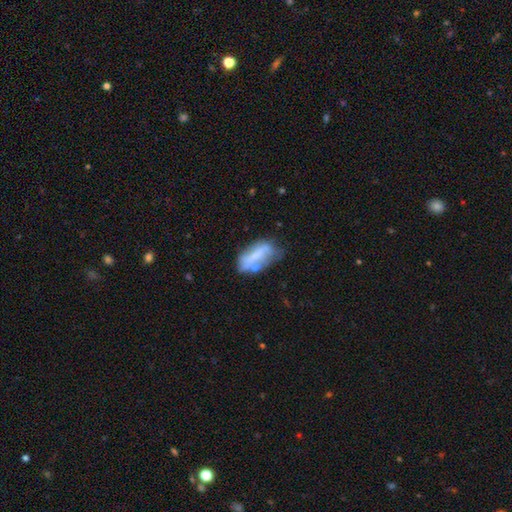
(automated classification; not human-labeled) smooth-or-featured: smooth: 52% | featured or disk: 40% | star or artifact: 8%
  how-rounded: in between: 83% | cigar-shaped: 14% | round: 3%
  merging: none: 42% | minor disturbance: 30% | major disturbance: 16% | merger: 12%